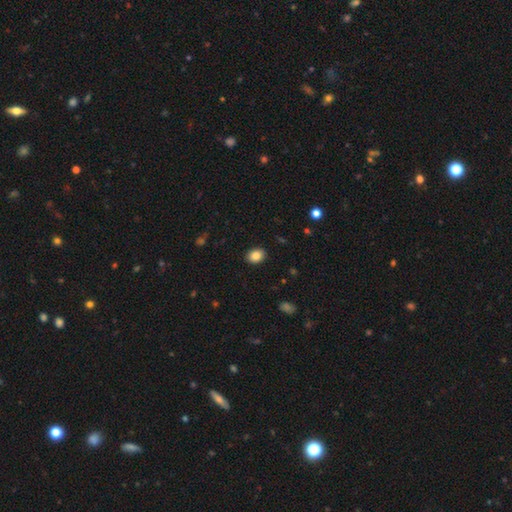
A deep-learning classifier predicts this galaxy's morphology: Smooth or featured: smooth — 86% (star or artifact — 9%)
How rounded: in between — 63% (round — 36%)
Merging: none — 90% (minor disturbance — 7%)